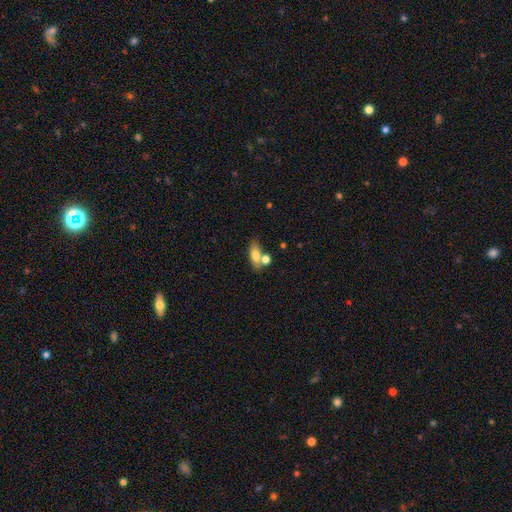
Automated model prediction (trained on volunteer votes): Smooth or featured?
  - smooth: 74% *
  - featured or disk: 17%
  - star or artifact: 9%
How rounded?
  - in between: 72% *
  - cigar-shaped: 19%
  - round: 8%
Merging?
  - none: 53% *
  - merger: 27%
  - minor disturbance: 14%
  - major disturbance: 6%